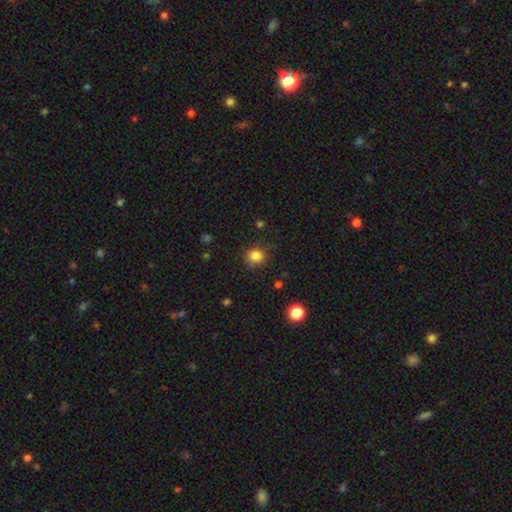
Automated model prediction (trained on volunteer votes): Smooth or featured? smooth (83%)
How rounded? round (86%)
Merging? none (79%)